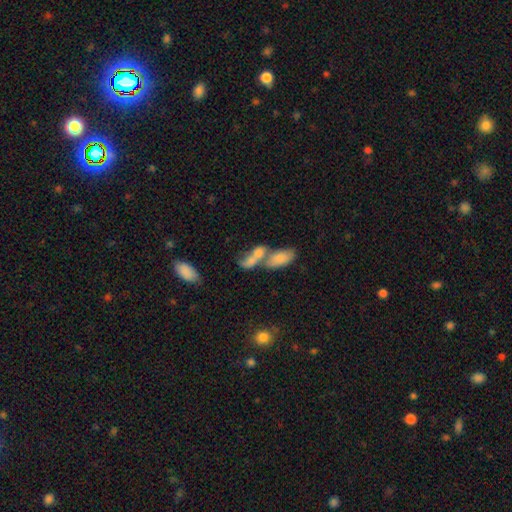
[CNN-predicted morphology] Smooth or featured?
  - smooth: 68% *
  - featured or disk: 22%
  - star or artifact: 10%
How rounded?
  - in between: 84% *
  - cigar-shaped: 11%
  - round: 5%
Merging?
  - merger: 71% *
  - none: 15%
  - minor disturbance: 7%
  - major disturbance: 7%